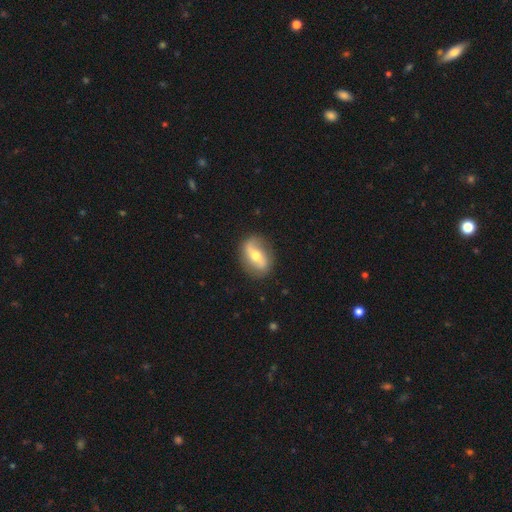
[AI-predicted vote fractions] This is likely a featured or disk galaxy (64%). It is clearly not viewed edge-on (88%). Bar: marginally strong (44%). Spiral arm pattern: likely yes (69%). Central bulge: likely moderate (66%). Merging: clearly none (82%).